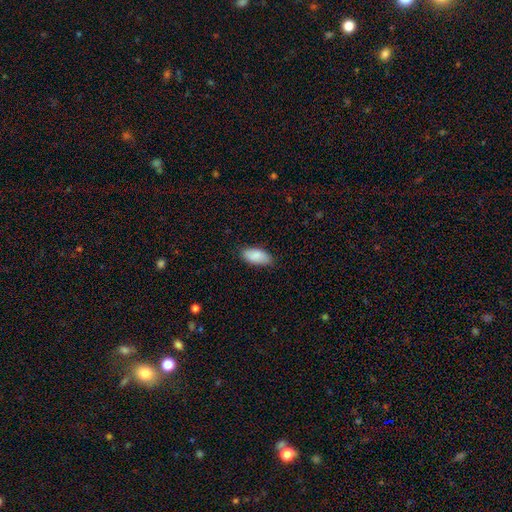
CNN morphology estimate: A smooth galaxy with no disk features (86%) that is in between round and cigar-shaped (92%). Merging: none (81%).